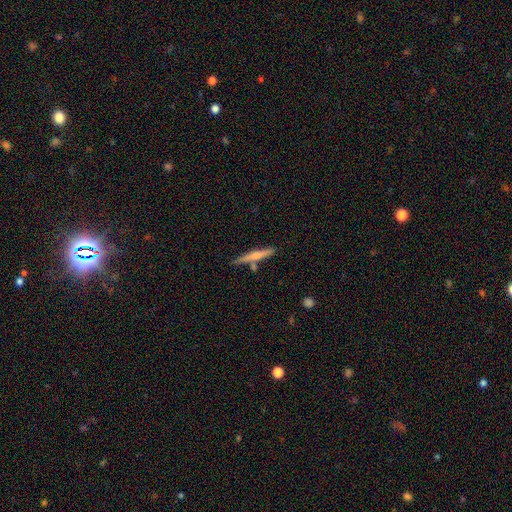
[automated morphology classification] smooth-or-featured: smooth: 54% | featured or disk: 40% | star or artifact: 6%
  how-rounded: cigar-shaped: 94% | in between: 5% | round: 2%
  merging: none: 75% | minor disturbance: 12% | merger: 10% | major disturbance: 3%